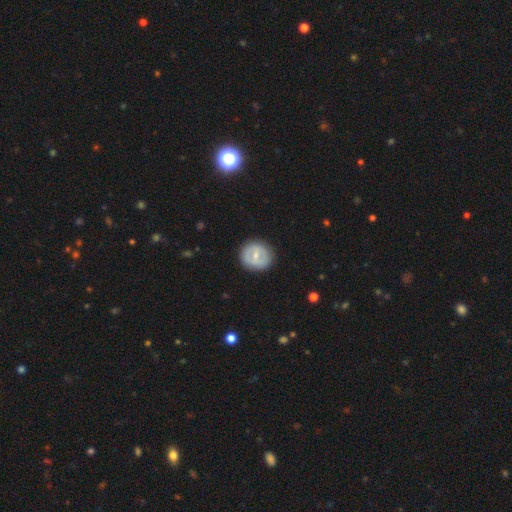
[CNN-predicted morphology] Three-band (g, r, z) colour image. It shows a featured or disk galaxy (49%). Merging: none (87%).